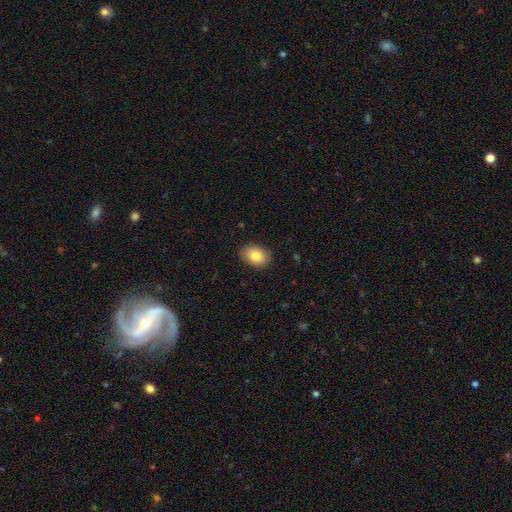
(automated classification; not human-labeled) Smooth or featured: smooth — 84% (featured or disk — 8%)
How rounded: in between — 74% (round — 25%)
Merging: none — 87% (minor disturbance — 10%)